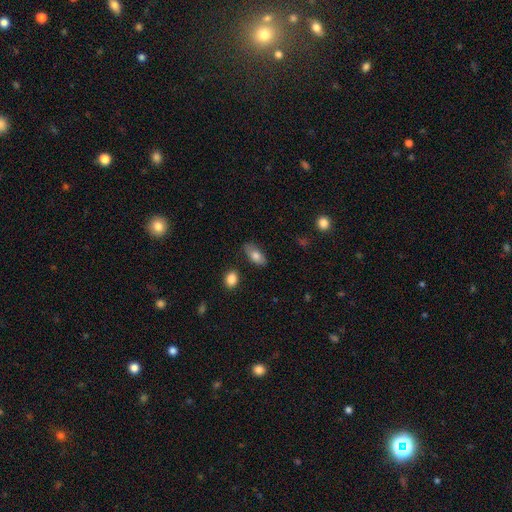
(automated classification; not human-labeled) A smooth galaxy with no disk features (77%) that is in between round and cigar-shaped (89%).

Vote fractions:
- Smooth or featured? smooth: 77% / featured or disk: 16% / star or artifact: 7%
- How rounded? in between: 89% / cigar-shaped: 7% / round: 4%
- Merging? none: 77% / minor disturbance: 17% / major disturbance: 3% / merger: 3%